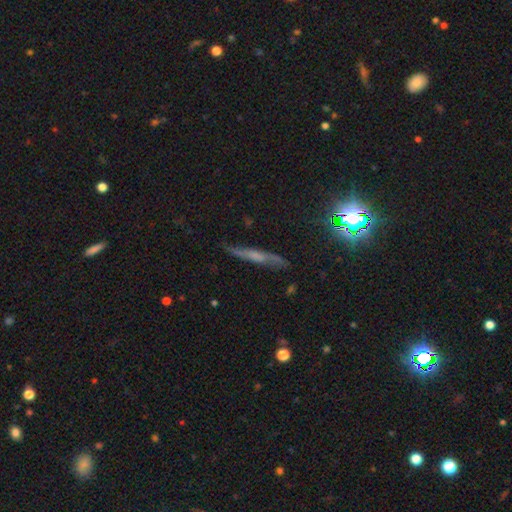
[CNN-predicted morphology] Overall: featured or disk (53%; smooth 29%). Edge-on disk: yes (82%). Merging: none (78%).